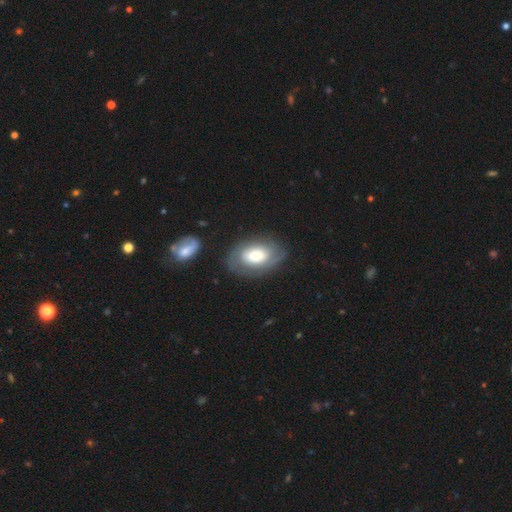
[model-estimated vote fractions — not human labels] featured or disk 48%, smooth 46%, star or artifact 7%. Down the decision tree: merging — none (71%).